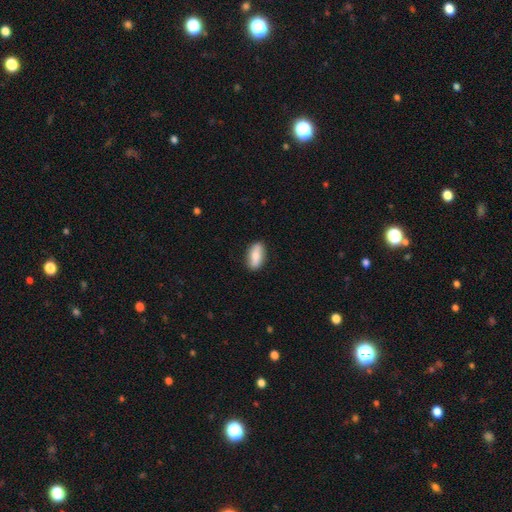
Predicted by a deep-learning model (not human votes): This appears to be a smooth galaxy with no disk features (76%) that is in between round and cigar-shaped (82%). Merging: none (86%).